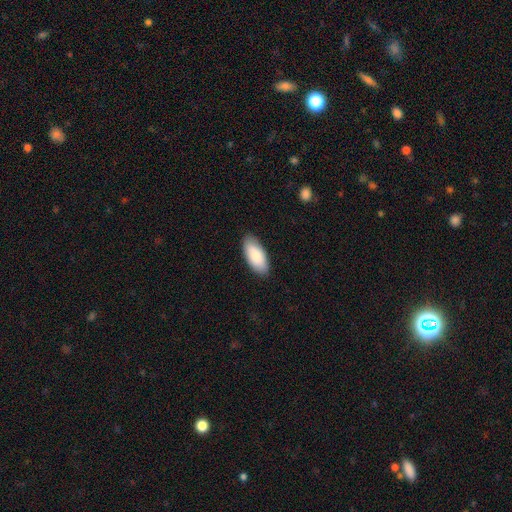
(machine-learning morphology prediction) Overall: smooth (86%). How rounded: in between (90%). Merging: none (87%).